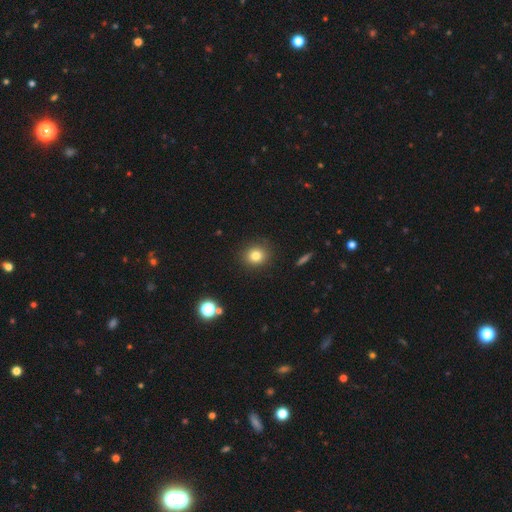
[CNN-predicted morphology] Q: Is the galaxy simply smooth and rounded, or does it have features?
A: smooth — 81%.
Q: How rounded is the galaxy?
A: round — 83%.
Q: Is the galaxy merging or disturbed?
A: none — 90%.